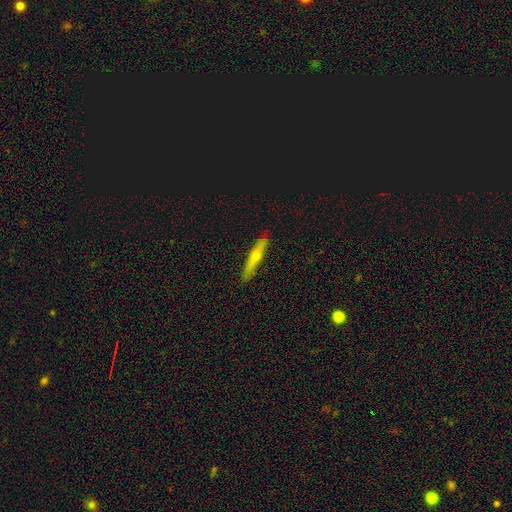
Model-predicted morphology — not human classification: smooth-or-featured: featured or disk: 56% | smooth: 36% | star or artifact: 8%
  disk-edge-on: yes: 93% | no: 7%
    edge-on-bulge: rounded: 84% | none: 14% | boxy: 2%
  merging: none: 89% | minor disturbance: 8% | major disturbance: 2% | merger: 1%